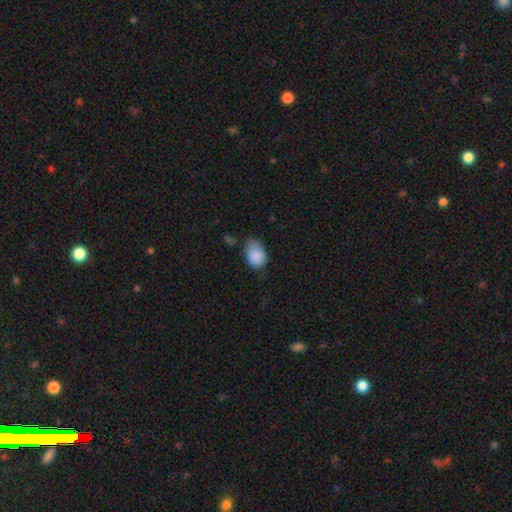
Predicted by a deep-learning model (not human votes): Q: Smooth or featured?
A: smooth (86%); runner-up: star or artifact (8%)
Q: How rounded?
A: in between (79%); runner-up: round (20%)
Q: Merging?
A: none (50%); runner-up: minor disturbance (37%)